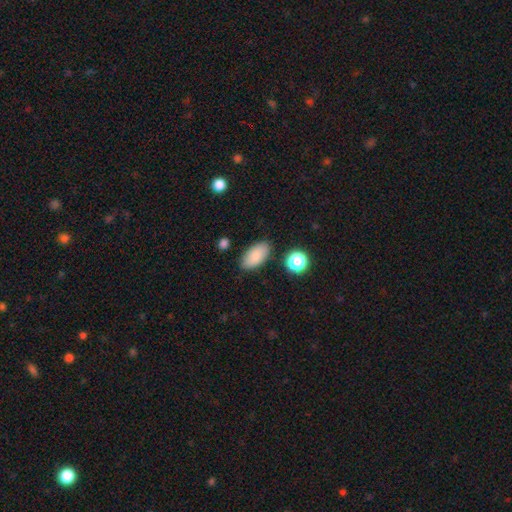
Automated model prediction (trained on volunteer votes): A smooth galaxy with no disk features (86%) that is in between round and cigar-shaped (93%).

Vote fractions:
- Smooth or featured? smooth: 86% / star or artifact: 8% / featured or disk: 6%
- How rounded? in between: 93% / round: 4% / cigar-shaped: 3%
- Merging? none: 84% / minor disturbance: 11% / major disturbance: 3% / merger: 3%